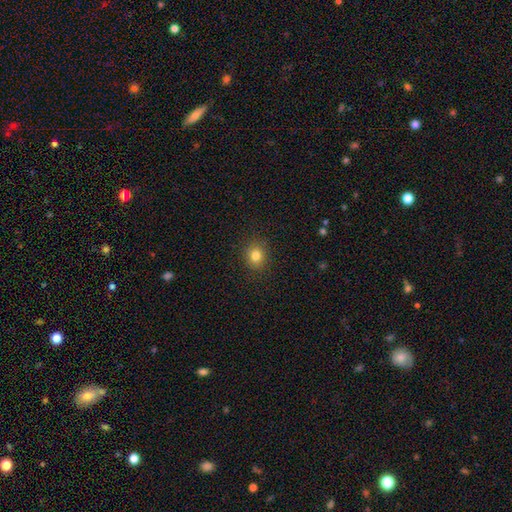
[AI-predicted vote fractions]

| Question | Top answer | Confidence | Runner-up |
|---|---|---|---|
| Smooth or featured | smooth | 81% | star or artifact (12%) |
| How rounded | round | 76% | in between (23%) |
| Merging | none | 90% | minor disturbance (7%) |